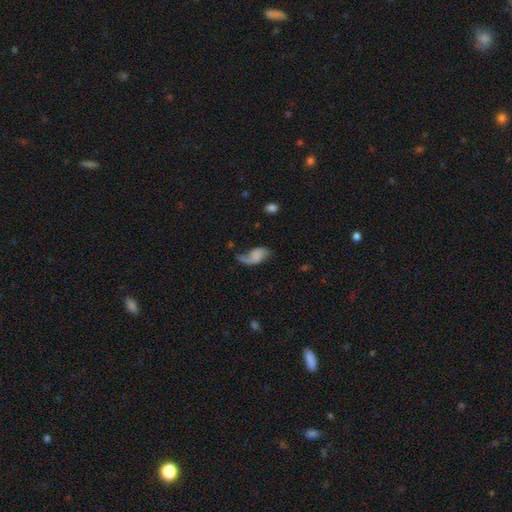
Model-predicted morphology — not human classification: Smooth or featured? Predicted: featured or disk (p=0.54). Edge-on disk? Predicted: no (p=0.96). Bar? Predicted: no (p=0.69). Spiral arms? Predicted: yes (p=0.84). Bulge size? Predicted: none (p=0.61). Merging? Predicted: none (p=0.36).